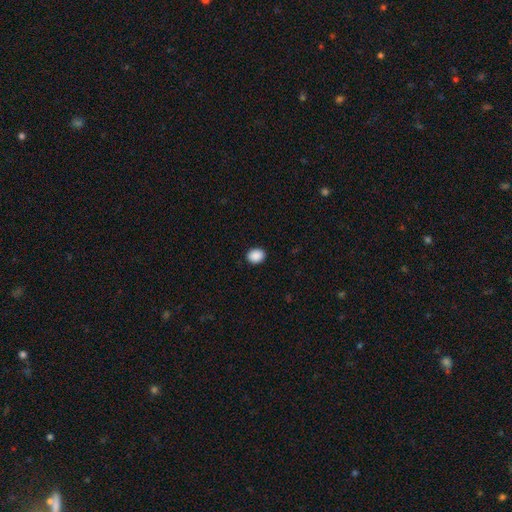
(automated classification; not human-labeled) Smooth or featured? Predicted: smooth (p=0.90). How rounded? Predicted: in between (p=0.53). Merging? Predicted: none (p=0.91).